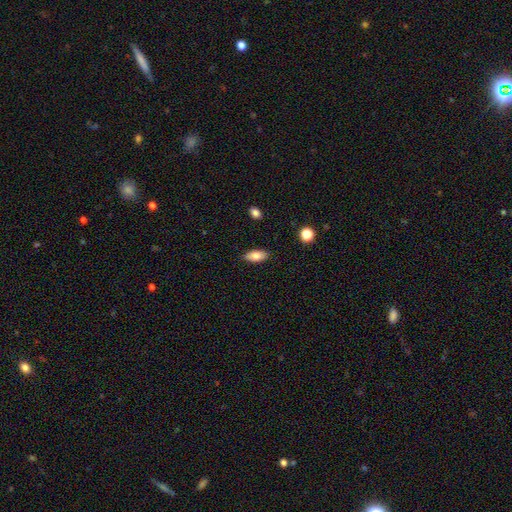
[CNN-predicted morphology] The model was most divided on "smooth or featured": smooth: 80%, featured or disk: 13%, star or artifact: 7%. More confident: merging — none (87%); how rounded — in between (87%).